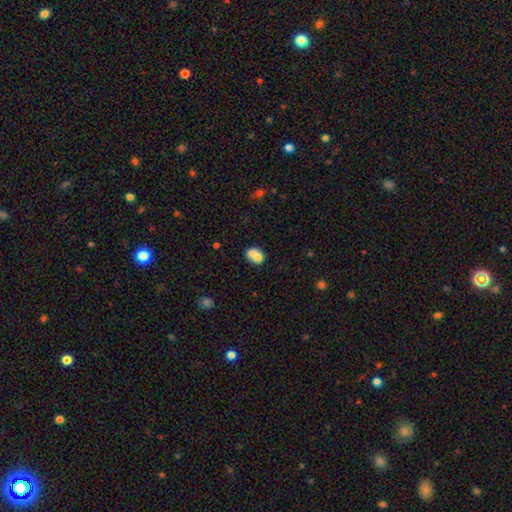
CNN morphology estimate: This is likely a smooth galaxy (75%). How rounded: likely in between (63%). Merging: marginally merger (41%).